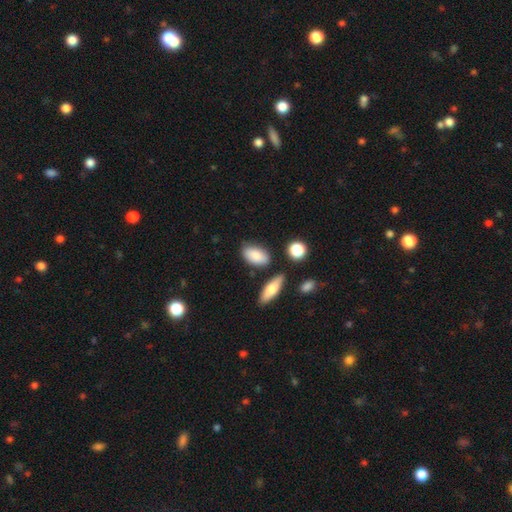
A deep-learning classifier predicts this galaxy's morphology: Smooth or featured: smooth — 85% (featured or disk — 8%)
How rounded: in between — 90% (round — 5%)
Merging: none — 75% (minor disturbance — 15%)